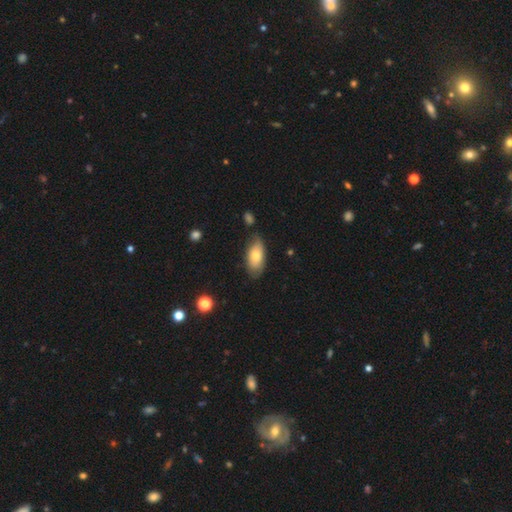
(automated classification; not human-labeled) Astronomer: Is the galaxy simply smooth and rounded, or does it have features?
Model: smooth — 72%.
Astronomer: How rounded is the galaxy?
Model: in between — 92%.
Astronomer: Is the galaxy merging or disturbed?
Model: none — 68%.